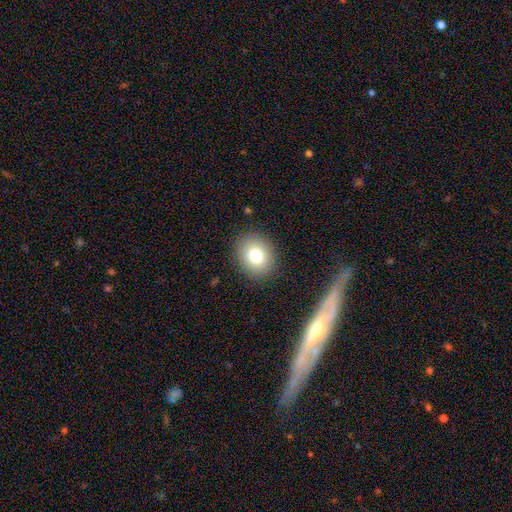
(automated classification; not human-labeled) Morphology: type=smooth (79%); roundness=round (63%); merging=none (89%).